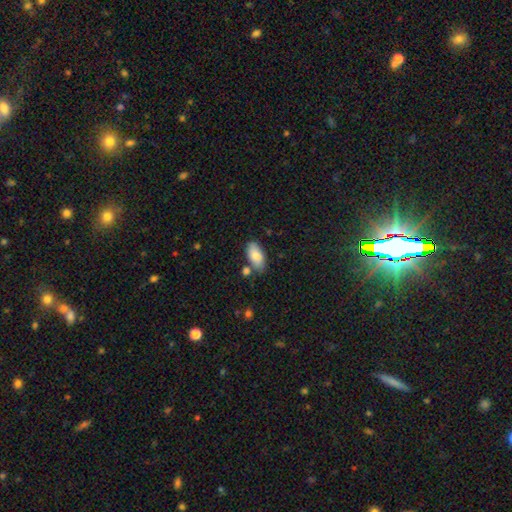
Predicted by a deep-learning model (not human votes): smooth 81%, featured or disk 12%, star or artifact 7%. Down the decision tree: how rounded — in between (92%); merging — none (67%).